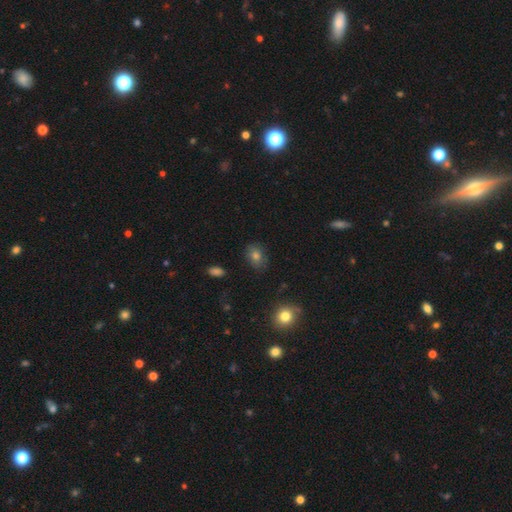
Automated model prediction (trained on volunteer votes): The model was most divided on "how rounded": in between: 65%, round: 34%, cigar-shaped: 1%. More confident: merging — none (82%); smooth or featured — smooth (76%).